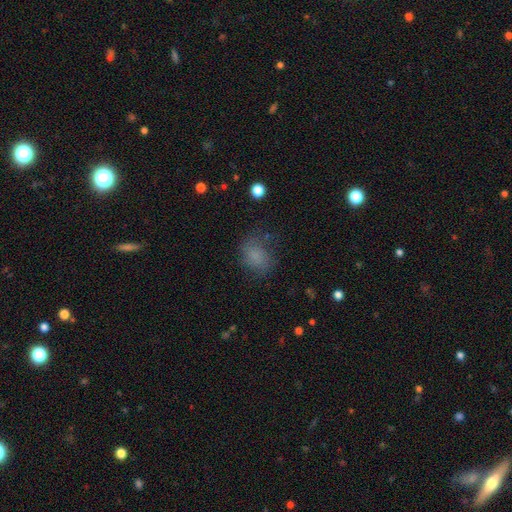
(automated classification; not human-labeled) Q: Smooth or featured?
A: smooth (74%); runner-up: star or artifact (14%)
Q: How rounded?
A: in between (54%); runner-up: round (45%)
Q: Merging?
A: none (61%); runner-up: minor disturbance (23%)